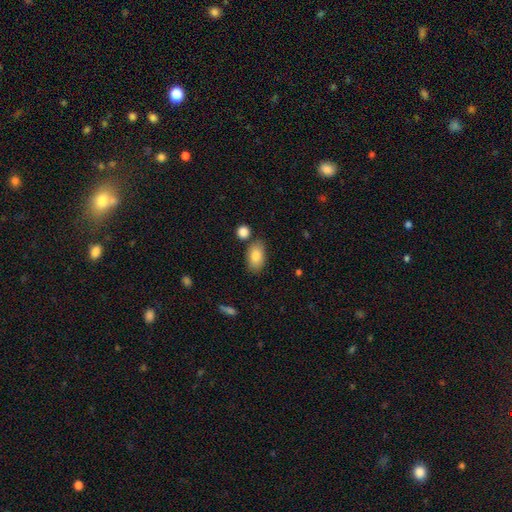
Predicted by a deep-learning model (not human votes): Smooth or featured: smooth — 84% (featured or disk — 10%)
How rounded: in between — 91% (round — 7%)
Merging: none — 76% (minor disturbance — 13%)